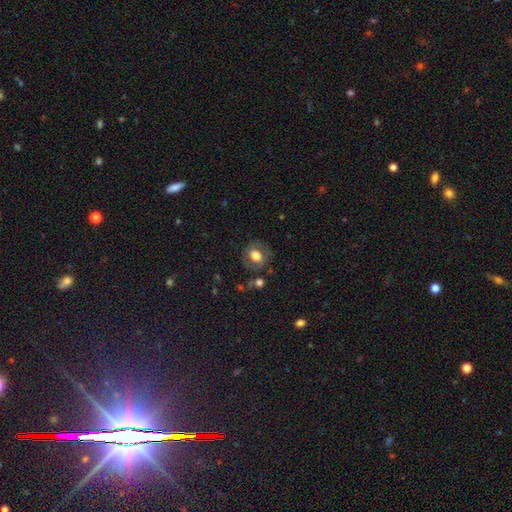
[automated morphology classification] Smooth or featured?
  - smooth: 59% *
  - featured or disk: 33%
  - star or artifact: 9%
How rounded?
  - round: 56% *
  - in between: 43%
  - cigar-shaped: 1%
Merging?
  - none: 72% *
  - minor disturbance: 16%
  - major disturbance: 9%
  - merger: 3%